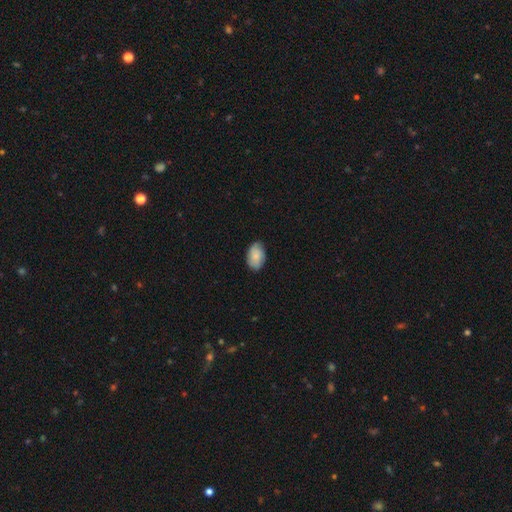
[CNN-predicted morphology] The model was most divided on "merging": none: 79%, minor disturbance: 18%, major disturbance: 3%, merger: 1%. More confident: how rounded — in between (90%); smooth or featured — smooth (81%).